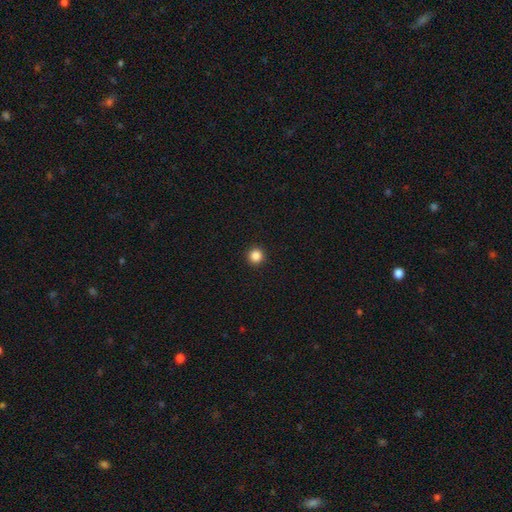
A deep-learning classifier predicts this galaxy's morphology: Smooth or featured?
  - smooth: 86% *
  - star or artifact: 11%
  - featured or disk: 3%
How rounded?
  - round: 95% *
  - in between: 4%
  - cigar-shaped: 1%
Merging?
  - none: 94% *
  - minor disturbance: 4%
  - major disturbance: 1%
  - merger: 1%